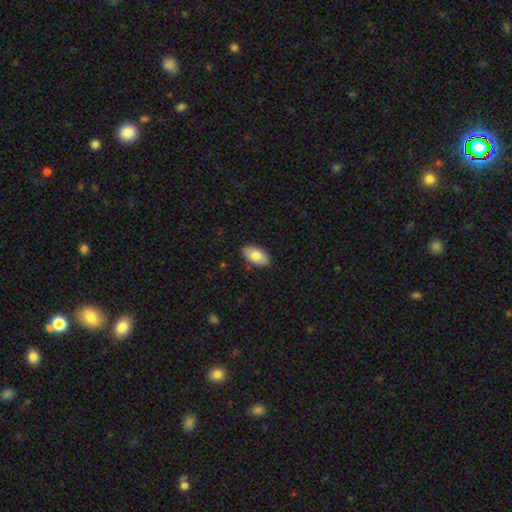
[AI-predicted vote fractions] A smooth galaxy with no disk features (78%) that is in between round and cigar-shaped (94%).

Vote fractions:
- Smooth or featured? smooth: 78% / featured or disk: 16% / star or artifact: 6%
- How rounded? in between: 94% / round: 4% / cigar-shaped: 2%
- Merging? none: 88% / minor disturbance: 9% / major disturbance: 2% / merger: 1%